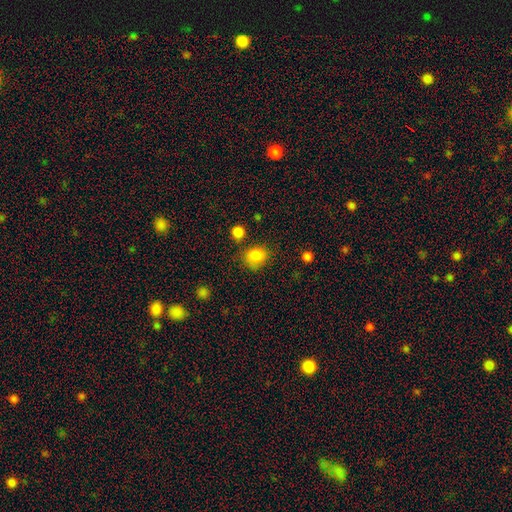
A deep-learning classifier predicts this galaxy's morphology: type=smooth (85%); roundness=round (61%); merging=none (71%).